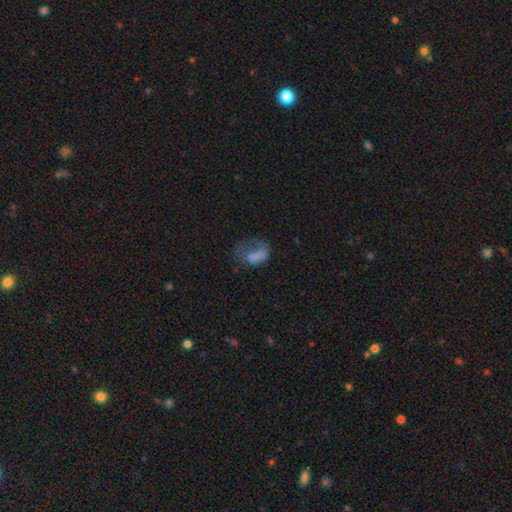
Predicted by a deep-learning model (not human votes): A smooth galaxy with no disk features (63%) that is in between round and cigar-shaped (83%). Merging: major disturbance (53%).